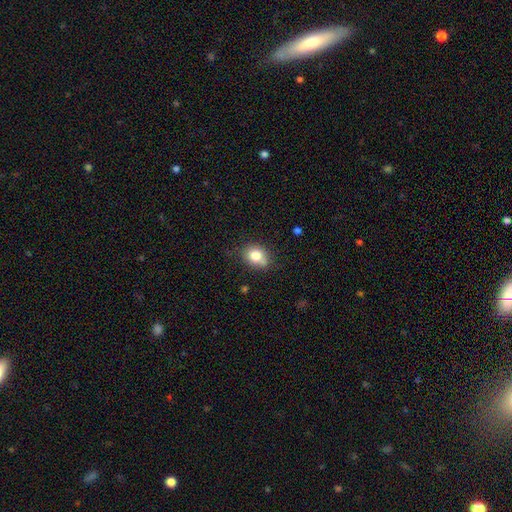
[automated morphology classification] Overall: smooth (80%). How rounded: round (55%; in between 44%). Merging: none (66%).